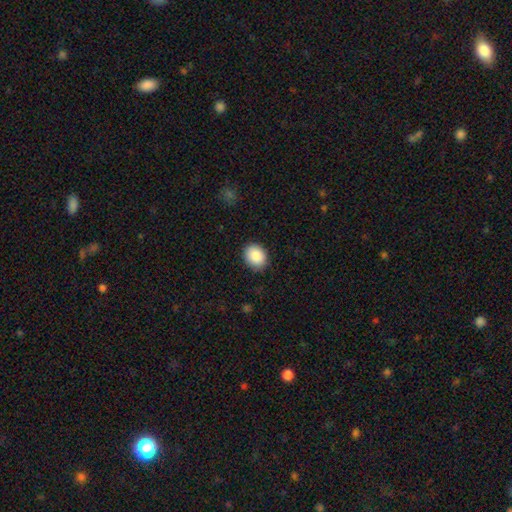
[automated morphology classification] smooth_or_featured: smooth (p=0.88) [alt: star or artifact p=0.07]
how_rounded: round (p=0.51) [alt: in between p=0.48]
merging: none (p=0.88) [alt: minor disturbance p=0.09]